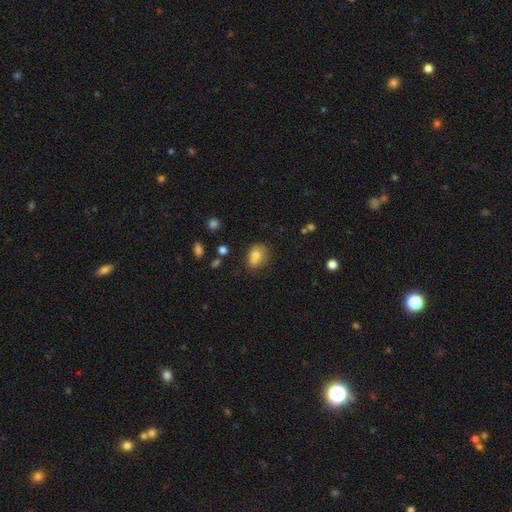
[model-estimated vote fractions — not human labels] This is likely a smooth galaxy (75%). How rounded: possibly in between (53%). Merging: possibly none (51%).